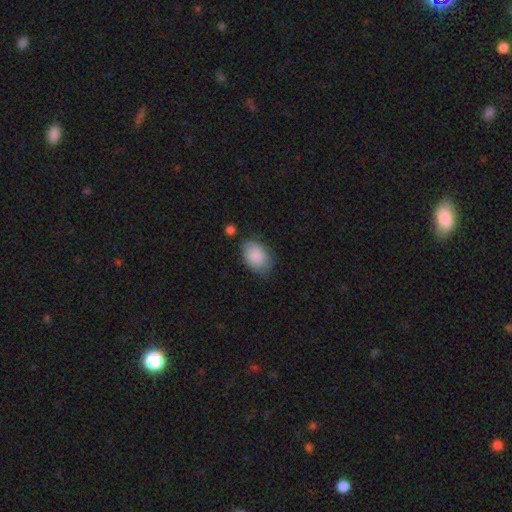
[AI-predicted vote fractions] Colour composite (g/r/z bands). It shows a smooth galaxy with no disk features (88%) that is in between round and cigar-shaped (85%). Merging: none (75%).